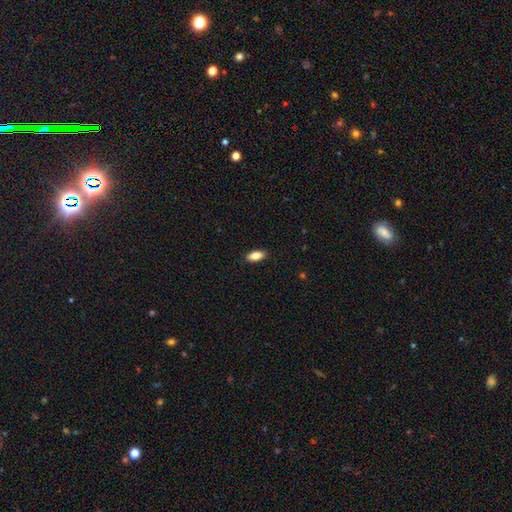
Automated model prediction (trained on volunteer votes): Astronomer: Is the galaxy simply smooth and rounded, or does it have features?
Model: smooth — 86%.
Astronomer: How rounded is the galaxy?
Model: in between — 87%.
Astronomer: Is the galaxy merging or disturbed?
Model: none — 89%.